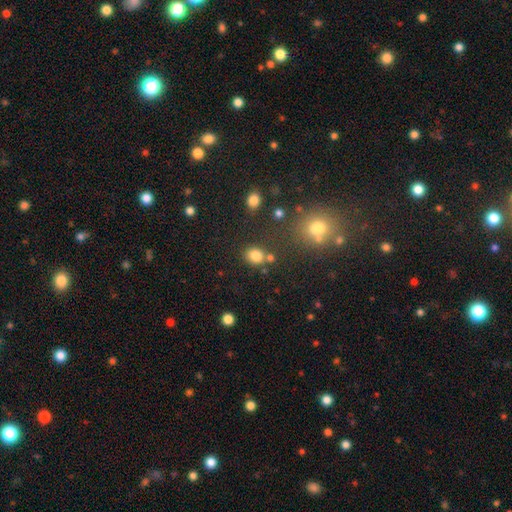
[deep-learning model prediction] A smooth galaxy with no disk features (81%) that is round (63%).

Vote fractions:
- Smooth or featured? smooth: 81% / star or artifact: 13% / featured or disk: 6%
- How rounded? round: 63% / in between: 36% / cigar-shaped: 1%
- Merging? none: 72% / minor disturbance: 12% / merger: 12% / major disturbance: 4%